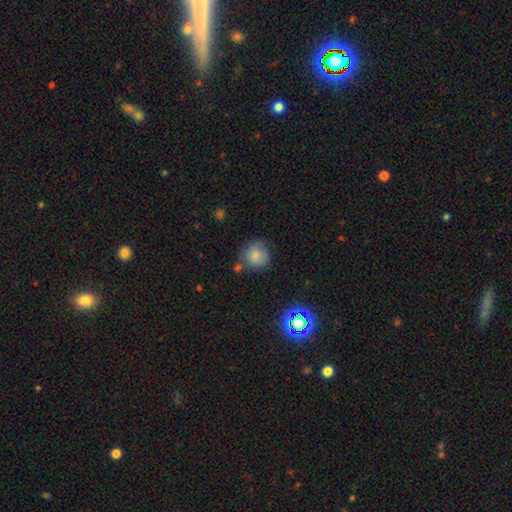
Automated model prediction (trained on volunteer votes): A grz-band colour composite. It shows a smooth galaxy with no disk features (78%) that is round (90%). Merging: none (67%).